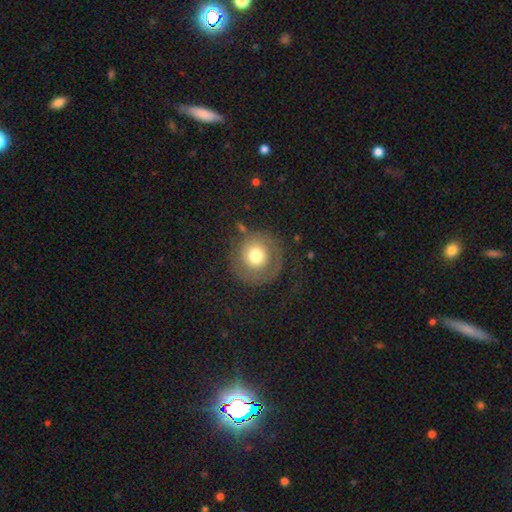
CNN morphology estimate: This appears to be a smooth galaxy with no disk features (63%) that is round (94%). Merging: none (66%).